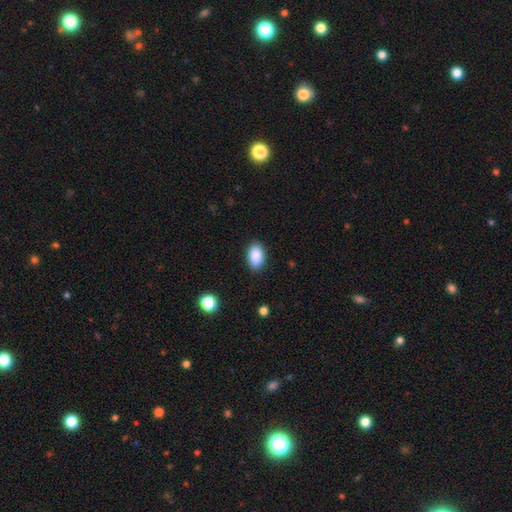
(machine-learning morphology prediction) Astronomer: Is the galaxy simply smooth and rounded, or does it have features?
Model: smooth — 87%.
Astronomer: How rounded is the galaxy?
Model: in between — 92%.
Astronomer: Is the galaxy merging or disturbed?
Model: none — 87%.